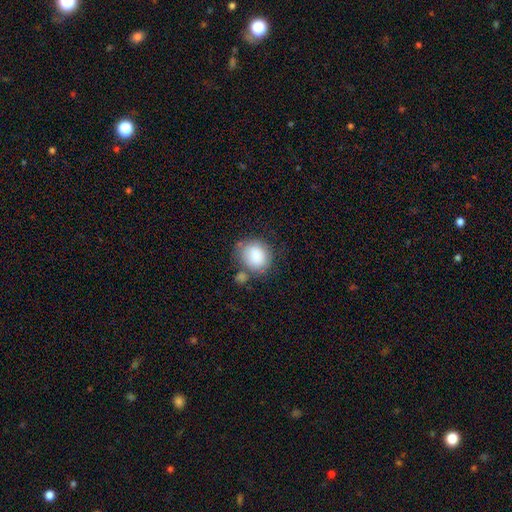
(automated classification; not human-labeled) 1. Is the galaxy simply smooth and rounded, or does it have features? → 85% smooth, 7% featured or disk, 7% star or artifact.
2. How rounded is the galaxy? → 66% round, 33% in between, 1% cigar-shaped.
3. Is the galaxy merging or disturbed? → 55% none, 20% minor disturbance, 16% merger, 8% major disturbance.